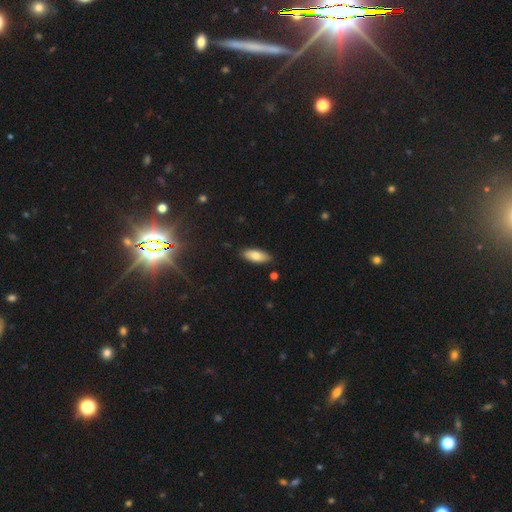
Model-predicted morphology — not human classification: smooth_or_featured: smooth (p=0.79) [alt: featured or disk p=0.14]
how_rounded: in between (p=0.80) [alt: cigar-shaped p=0.18]
merging: none (p=0.87) [alt: minor disturbance p=0.10]